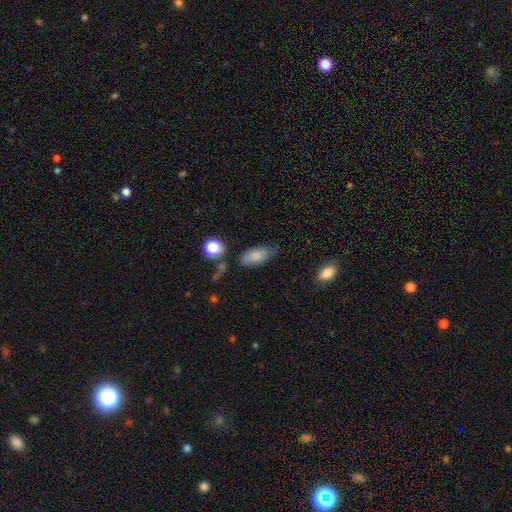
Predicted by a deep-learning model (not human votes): A smooth galaxy with no disk features (80%) that is in between round and cigar-shaped (88%). Merging: none (56%).